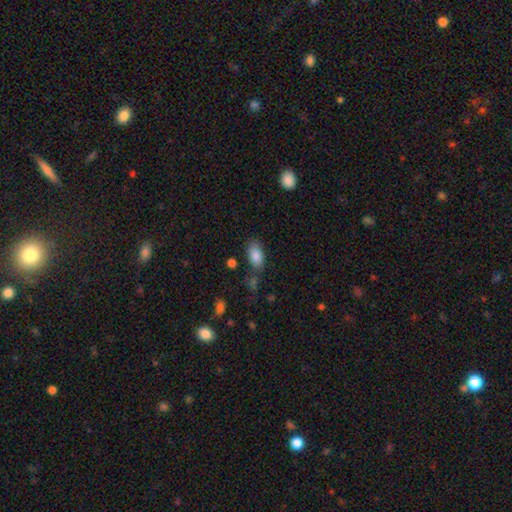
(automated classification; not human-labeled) A smooth galaxy with no disk features (85%) that is in between round and cigar-shaped (91%).

Vote fractions:
- Smooth or featured? smooth: 85% / star or artifact: 8% / featured or disk: 7%
- How rounded? in between: 91% / round: 6% / cigar-shaped: 3%
- Merging? none: 71% / minor disturbance: 17% / merger: 6% / major disturbance: 6%